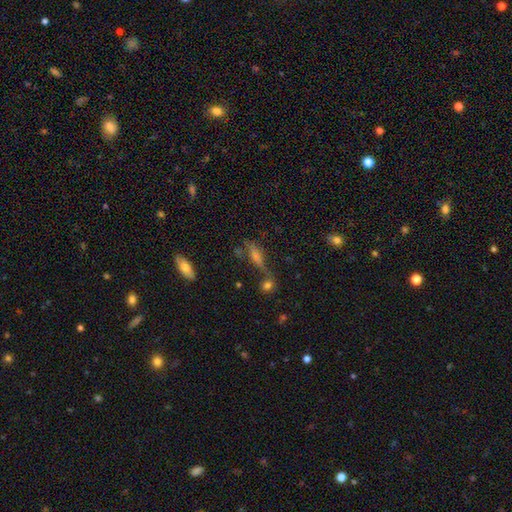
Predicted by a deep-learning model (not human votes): A smooth galaxy with no disk features (43%).

Vote fractions:
- Smooth or featured? smooth: 43% / featured or disk: 36% / star or artifact: 21%
- Merging? none: 51% / minor disturbance: 18% / merger: 17% / major disturbance: 13%